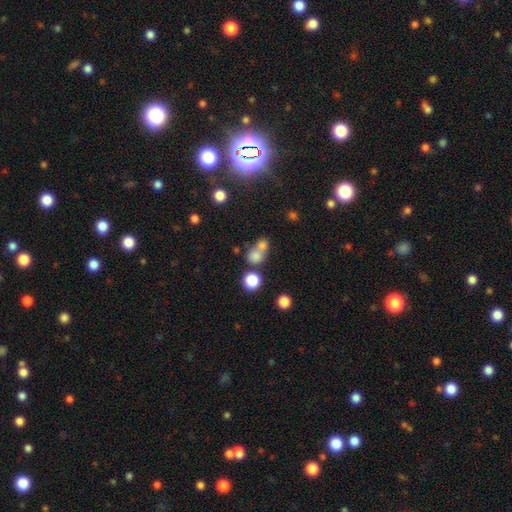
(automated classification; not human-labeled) Smooth or featured? smooth (74%)
How rounded? round (78%)
Merging? merger (54%)